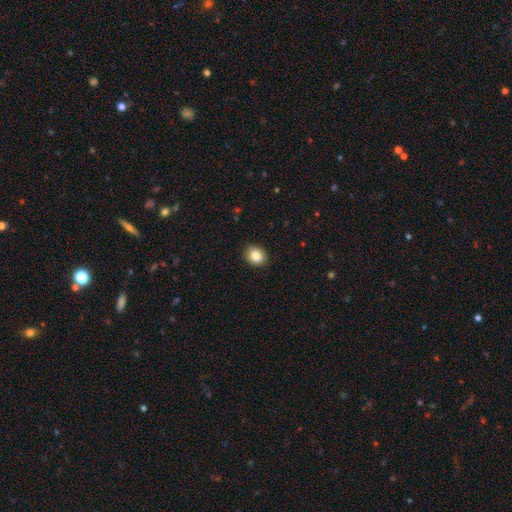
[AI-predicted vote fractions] Smooth or featured?
  - smooth: 86% *
  - star or artifact: 9%
  - featured or disk: 5%
How rounded?
  - round: 62% *
  - in between: 37%
  - cigar-shaped: 1%
Merging?
  - none: 89% *
  - minor disturbance: 8%
  - major disturbance: 2%
  - merger: 1%